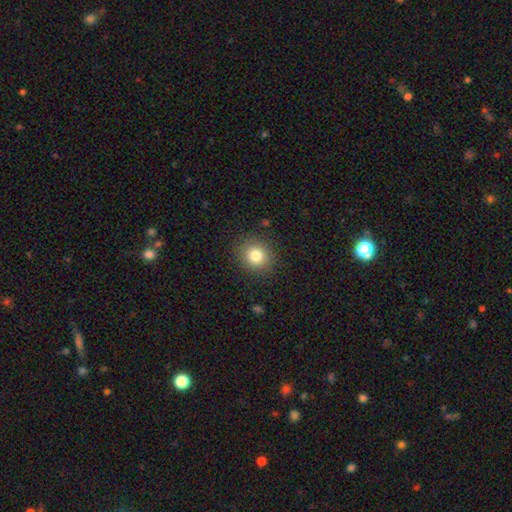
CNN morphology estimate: Overall: smooth (82%). How rounded: round (78%). Merging: none (88%).